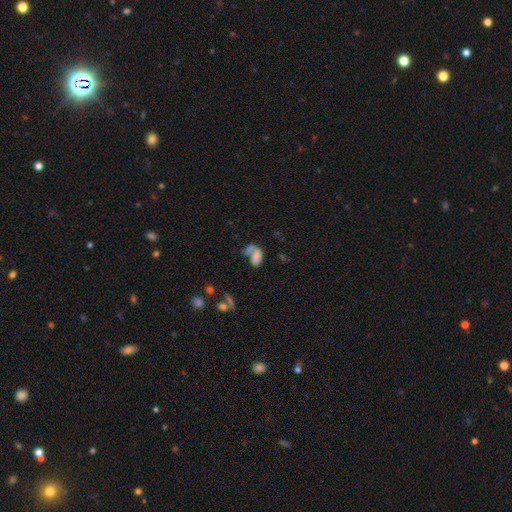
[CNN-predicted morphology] Smooth or featured: smooth — 65% (featured or disk — 21%)
How rounded: in between — 88% (round — 8%)
Merging: merger — 42% (none — 26%)